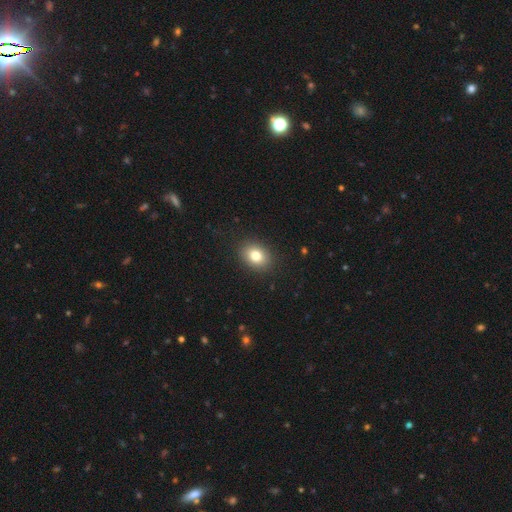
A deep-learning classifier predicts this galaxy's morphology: Smooth or featured? smooth (81%)
How rounded? in between (64%)
Merging? none (89%)